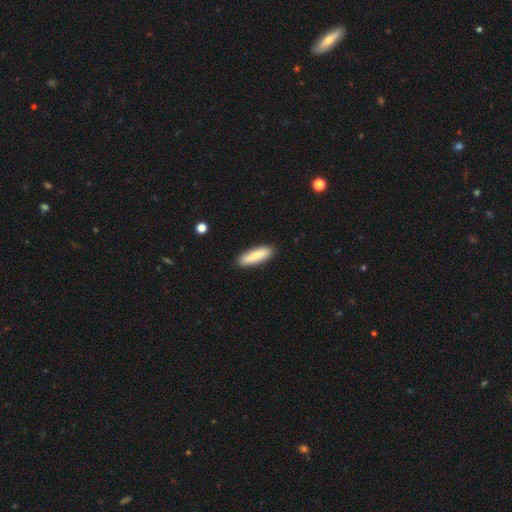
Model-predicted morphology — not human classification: smooth_or_featured: smooth (p=0.80) [alt: featured or disk p=0.14]
how_rounded: cigar-shaped (p=0.64) [alt: in between p=0.35]
merging: none (p=0.89) [alt: minor disturbance p=0.08]